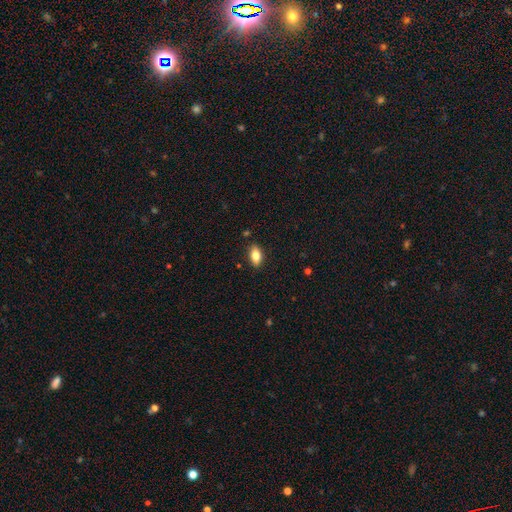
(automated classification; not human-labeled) The model was most divided on "smooth or featured": smooth: 78%, featured or disk: 14%, star or artifact: 8%. More confident: how rounded — in between (89%); merging — none (87%).